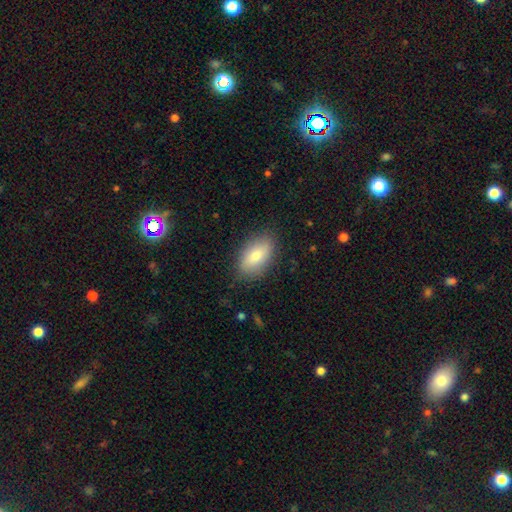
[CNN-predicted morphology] Smooth or featured? Predicted: smooth (p=0.77). How rounded? Predicted: in between (p=0.91). Merging? Predicted: none (p=0.85).